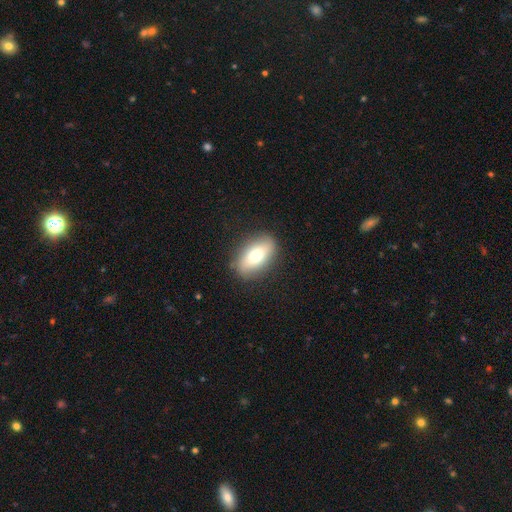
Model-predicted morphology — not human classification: This appears to be a smooth galaxy with no disk features (71%) that is in between round and cigar-shaped (86%). Merging: none (86%).